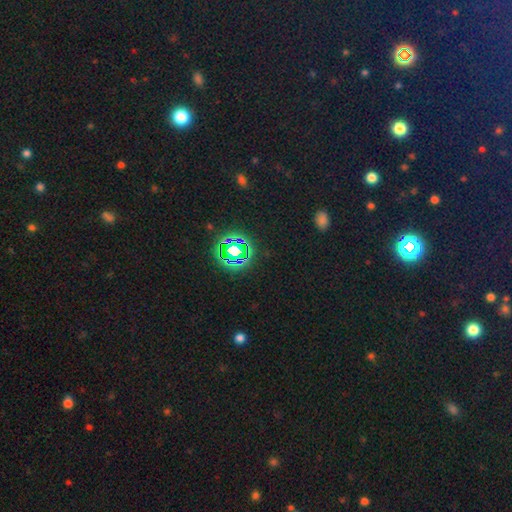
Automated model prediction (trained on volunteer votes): star or artifact 75%, smooth 18%, featured or disk 7%.